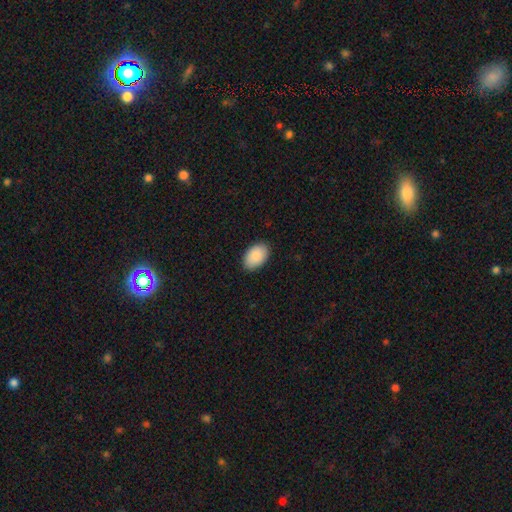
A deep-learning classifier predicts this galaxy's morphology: The model was most divided on "merging": none: 88%, minor disturbance: 9%, major disturbance: 2%, merger: 1%. More confident: how rounded — in between (91%); smooth or featured — smooth (88%).